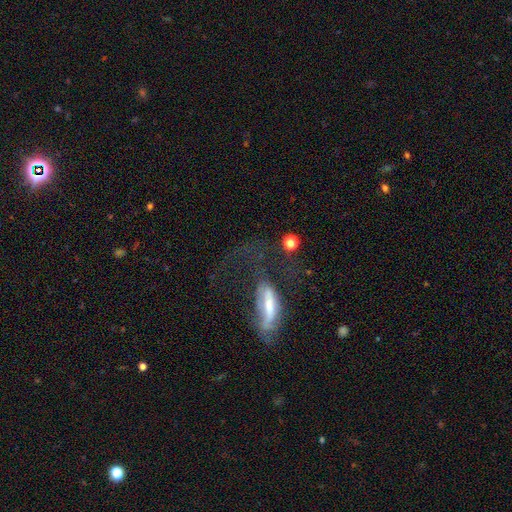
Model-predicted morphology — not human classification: Smooth or featured? Predicted: smooth (p=0.42). Merging? Predicted: major disturbance (p=0.42).